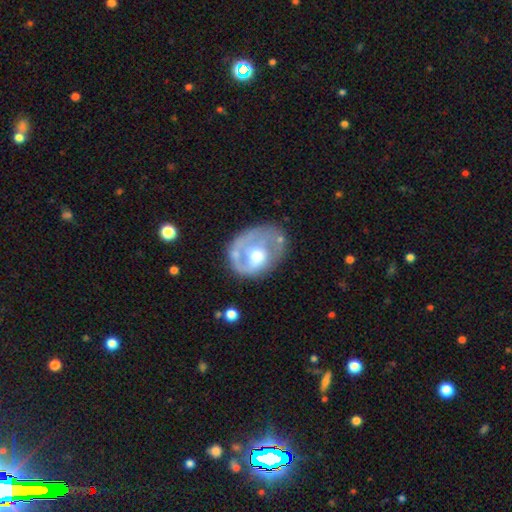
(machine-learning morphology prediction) featured or disk 65%, smooth 29%, star or artifact 6%. Down the decision tree: edge-on disk — no (97%); bar — no (78%); spiral arms — yes (58%); bulge size — moderate (52%); merging — none (51%).